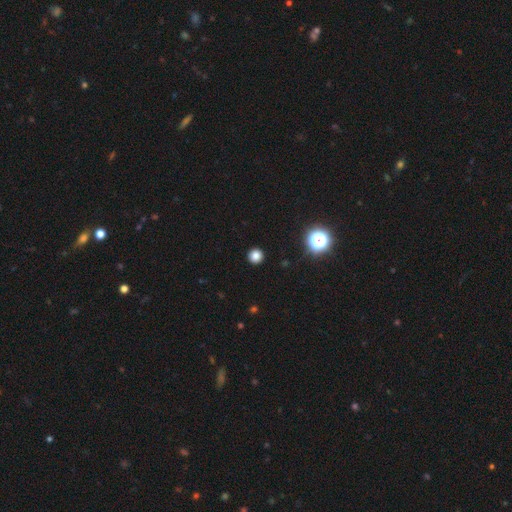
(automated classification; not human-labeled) smooth 81%, star or artifact 15%, featured or disk 4%. Down the decision tree: how rounded — round (95%); merging — none (93%).